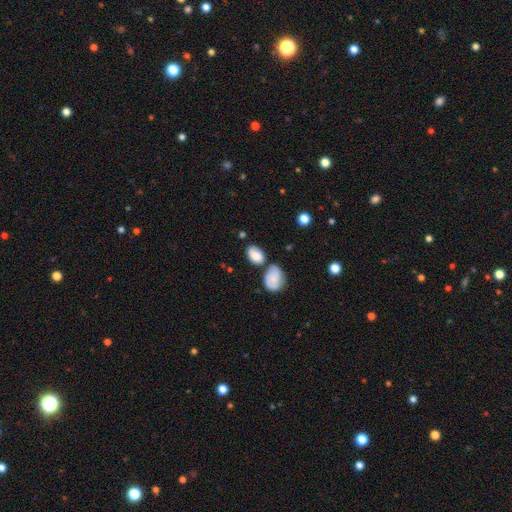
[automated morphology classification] This is clearly a smooth galaxy (81%). How rounded: clearly in between (87%). Merging: possibly none (56%).